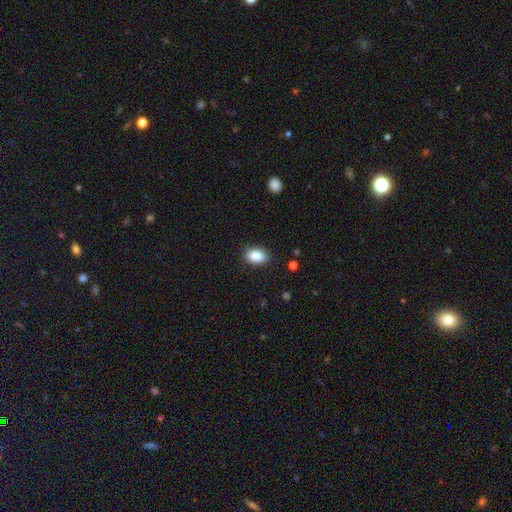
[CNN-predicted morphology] smooth-or-featured: smooth: 86% | star or artifact: 8% | featured or disk: 6%
  how-rounded: in between: 84% | round: 14% | cigar-shaped: 2%
  merging: none: 87% | minor disturbance: 10% | major disturbance: 2% | merger: 1%